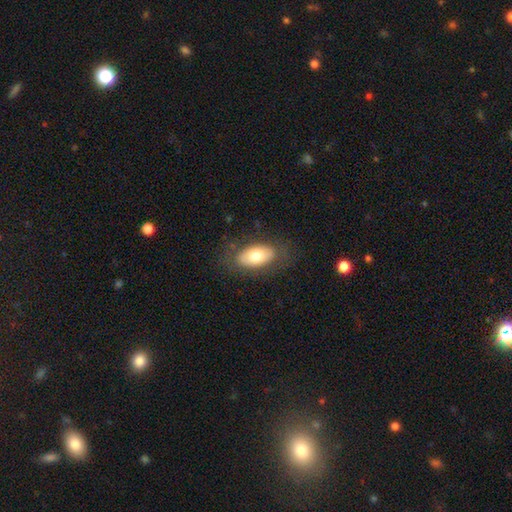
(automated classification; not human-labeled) A smooth galaxy with no disk features (71%) that is in between round and cigar-shaped (93%).

Vote fractions:
- Smooth or featured? smooth: 71% / featured or disk: 22% / star or artifact: 7%
- How rounded? in between: 93% / round: 4% / cigar-shaped: 4%
- Merging? none: 81% / minor disturbance: 13% / major disturbance: 5% / merger: 1%